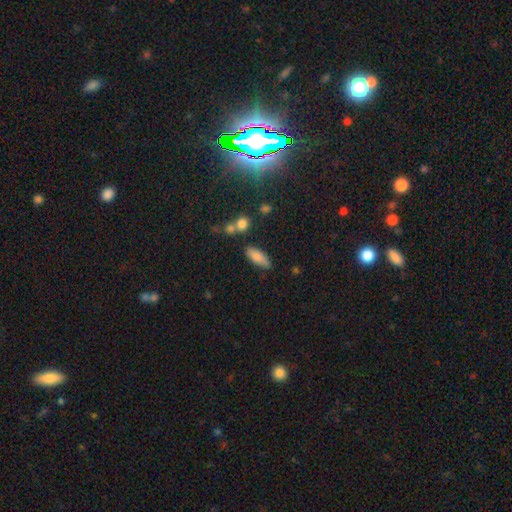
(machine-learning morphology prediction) smooth_or_featured: smooth (p=0.84) [alt: featured or disk p=0.09]
how_rounded: in between (p=0.69) [alt: cigar-shaped p=0.28]
merging: none (p=0.73) [alt: minor disturbance p=0.16]